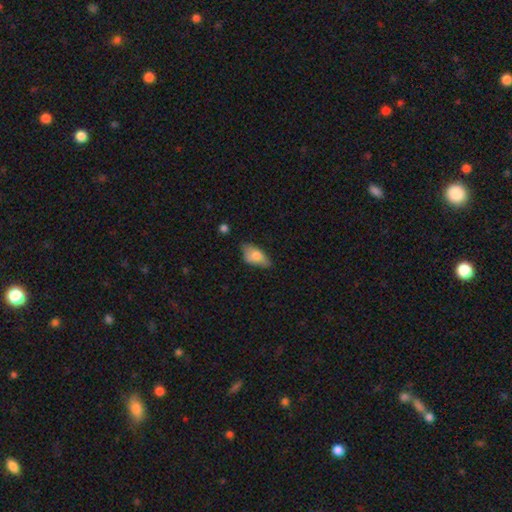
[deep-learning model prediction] Smooth or featured?
  - smooth: 71% *
  - featured or disk: 22%
  - star or artifact: 7%
How rounded?
  - in between: 89% *
  - cigar-shaped: 7%
  - round: 4%
Merging?
  - none: 56% *
  - minor disturbance: 33%
  - major disturbance: 9%
  - merger: 3%